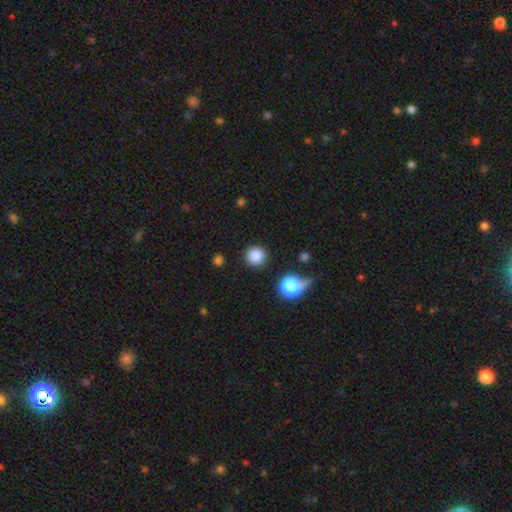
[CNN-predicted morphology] Smooth or featured: smooth — 84% (star or artifact — 11%)
How rounded: round — 94% (in between — 5%)
Merging: none — 87% (minor disturbance — 7%)